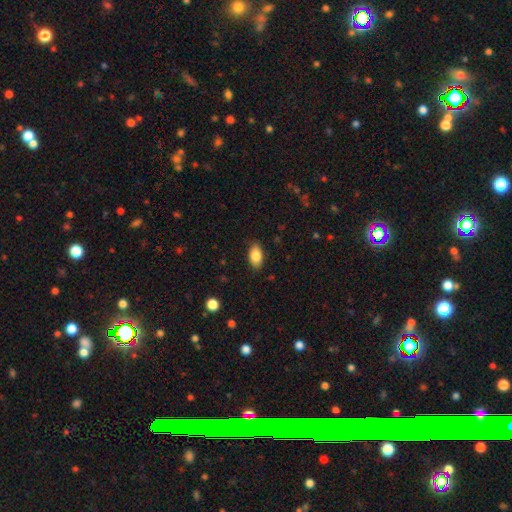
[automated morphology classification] smooth-or-featured: smooth: 86% | star or artifact: 7% | featured or disk: 7%
  how-rounded: in between: 92% | round: 5% | cigar-shaped: 3%
  merging: none: 86% | minor disturbance: 11% | major disturbance: 2% | merger: 1%